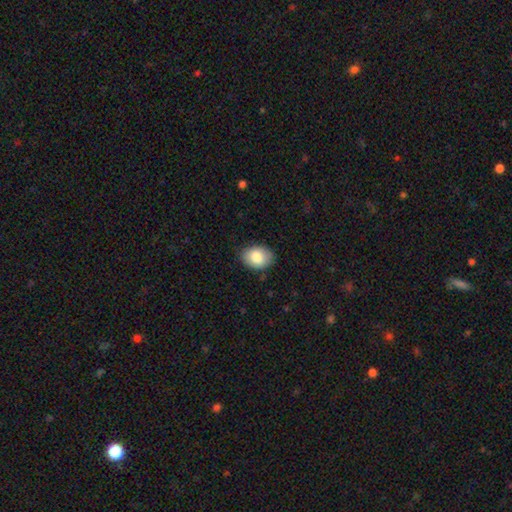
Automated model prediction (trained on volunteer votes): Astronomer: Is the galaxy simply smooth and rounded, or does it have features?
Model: smooth — 84%.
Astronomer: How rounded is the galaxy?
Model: in between — 74%.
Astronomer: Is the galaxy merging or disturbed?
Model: none — 82%.